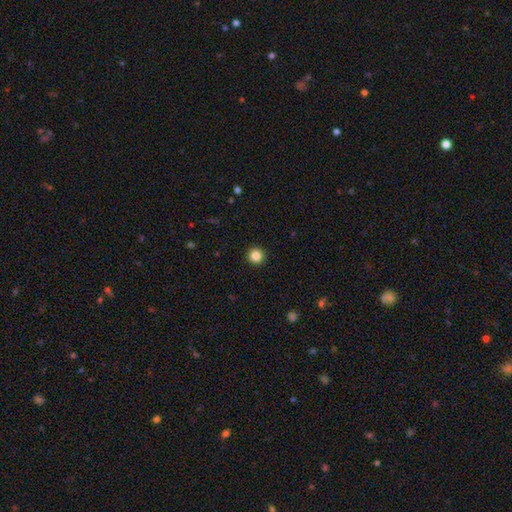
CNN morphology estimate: A smooth galaxy with no disk features (85%) that is round (96%). Merging: none (94%).